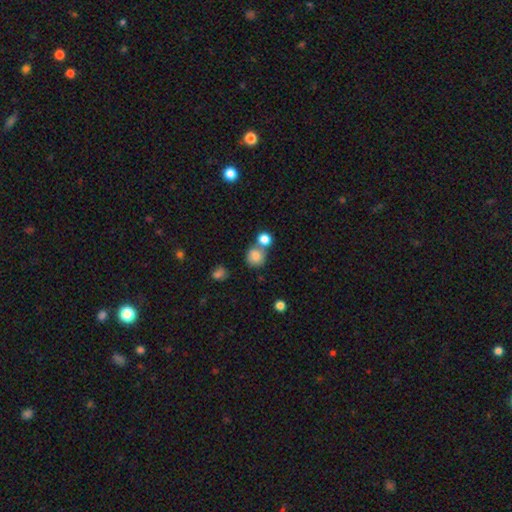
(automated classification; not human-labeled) This is likely a smooth galaxy (80%). How rounded: likely round (79%). Merging: possibly none (48%).